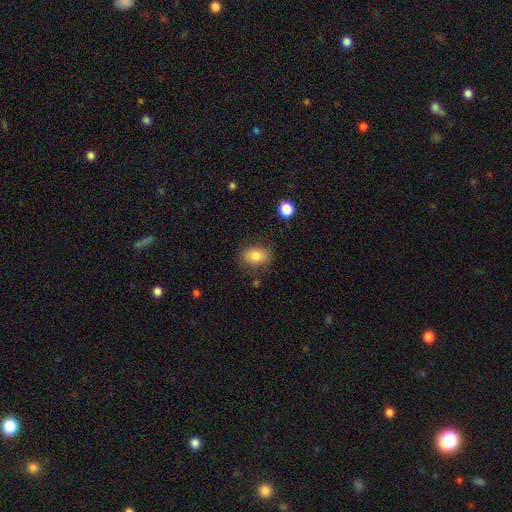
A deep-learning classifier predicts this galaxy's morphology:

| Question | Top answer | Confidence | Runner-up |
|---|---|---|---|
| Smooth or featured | smooth | 80% | featured or disk (11%) |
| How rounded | in between | 75% | round (24%) |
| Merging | none | 80% | minor disturbance (14%) |